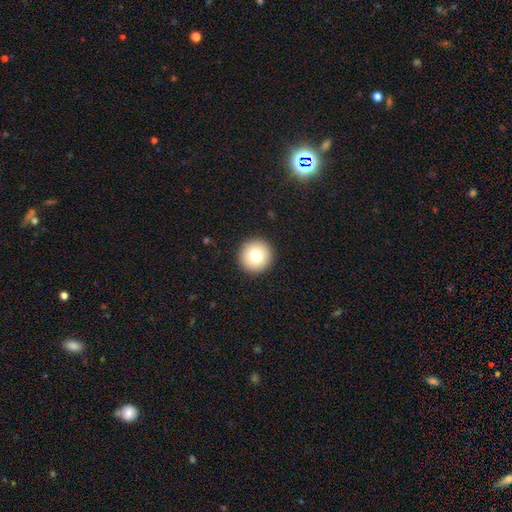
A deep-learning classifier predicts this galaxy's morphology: smooth_or_featured: smooth (p=0.76) [alt: featured or disk p=0.14]
how_rounded: round (p=0.96) [alt: in between p=0.03]
merging: none (p=0.93) [alt: minor disturbance p=0.04]